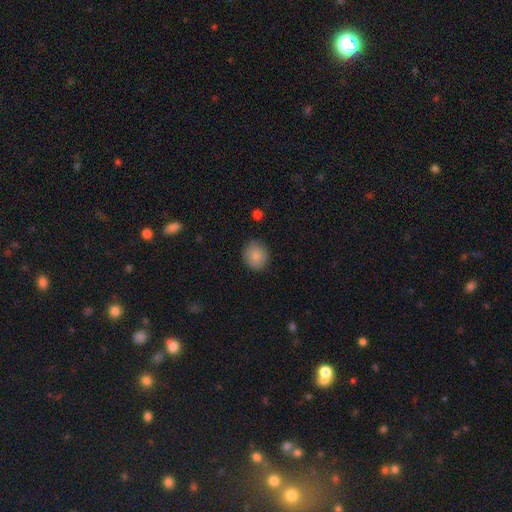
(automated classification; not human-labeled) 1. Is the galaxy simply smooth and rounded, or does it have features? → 87% smooth, 8% star or artifact, 5% featured or disk.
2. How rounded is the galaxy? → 85% round, 14% in between, 1% cigar-shaped.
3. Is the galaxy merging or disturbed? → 86% none, 10% minor disturbance, 2% major disturbance, 1% merger.